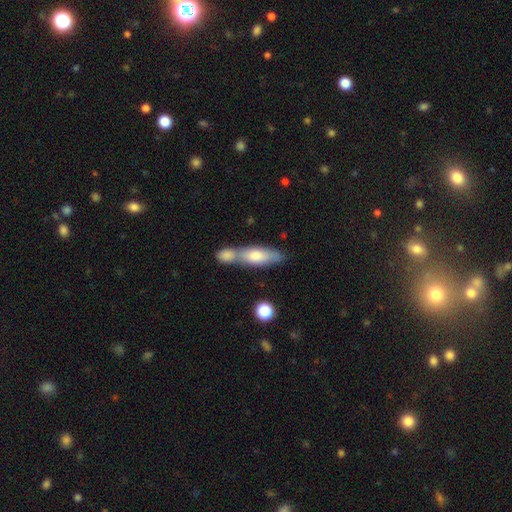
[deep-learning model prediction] smooth_or_featured: smooth (p=0.66) [alt: featured or disk p=0.28]
how_rounded: cigar-shaped (p=0.52) [alt: in between p=0.45]
merging: merger (p=0.53) [alt: none p=0.34]